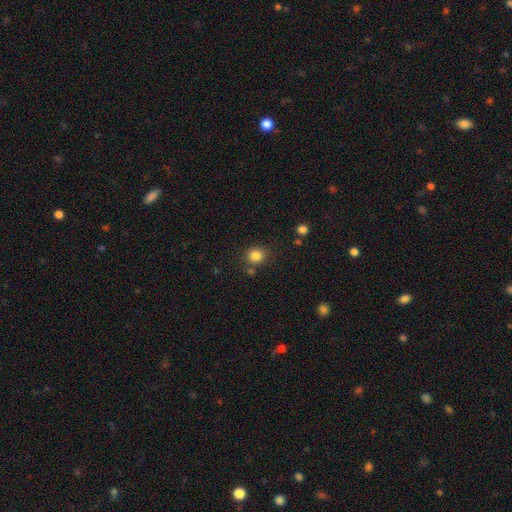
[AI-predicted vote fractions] smooth_or_featured: smooth (p=0.83) [alt: star or artifact p=0.12]
how_rounded: round (p=0.82) [alt: in between p=0.17]
merging: none (p=0.79) [alt: minor disturbance p=0.11]